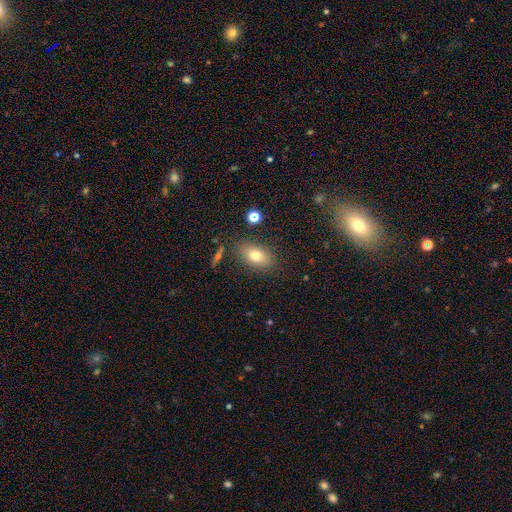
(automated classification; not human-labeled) The model was most divided on "smooth or featured": smooth: 76%, featured or disk: 13%, star or artifact: 10%. More confident: how rounded — in between (84%); merging — none (81%).